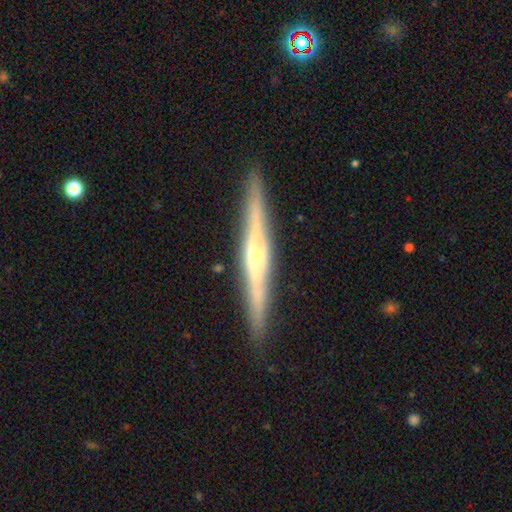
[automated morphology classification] This appears to be a featured or disk galaxy (82%) viewed edge-on (98%) with a rounded central bulge (79%). Merging: none (91%).